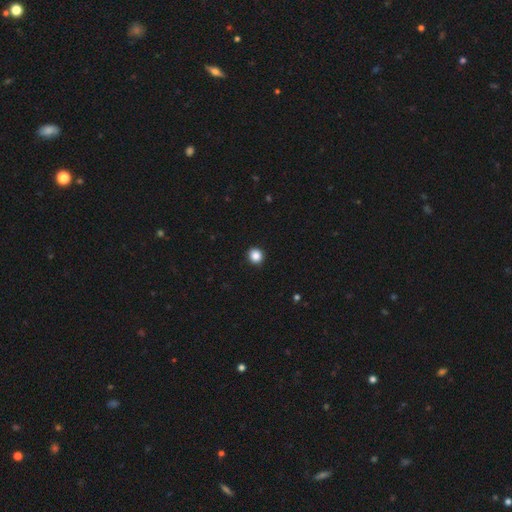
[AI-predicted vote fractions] smooth-or-featured: smooth: 87% | star or artifact: 10% | featured or disk: 3%
  how-rounded: round: 86% | in between: 13% | cigar-shaped: 1%
  merging: none: 93% | minor disturbance: 5% | major disturbance: 1% | merger: 1%